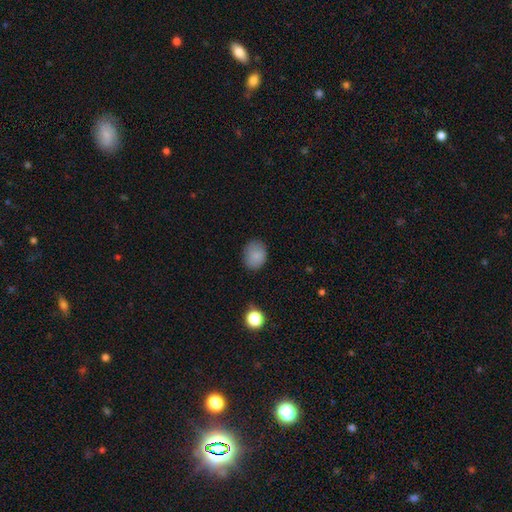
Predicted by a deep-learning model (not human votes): This appears to be a smooth galaxy with no disk features (85%) that is round (50%). Merging: none (81%).